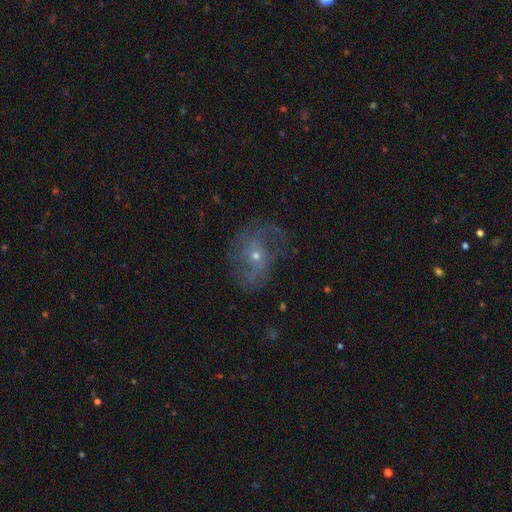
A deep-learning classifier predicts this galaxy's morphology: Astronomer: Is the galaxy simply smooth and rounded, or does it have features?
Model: featured or disk — 73%.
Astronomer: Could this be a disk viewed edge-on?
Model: no — 96%.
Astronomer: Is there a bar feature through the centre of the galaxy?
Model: no — 72%.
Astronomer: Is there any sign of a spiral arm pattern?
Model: yes — 85%.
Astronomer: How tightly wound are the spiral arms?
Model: loose — 50% (runner-up: medium, 35%).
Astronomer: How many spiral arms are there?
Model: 2 — 55%.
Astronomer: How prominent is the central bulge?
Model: small — 67%.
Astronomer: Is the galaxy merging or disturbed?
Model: none — 57%.